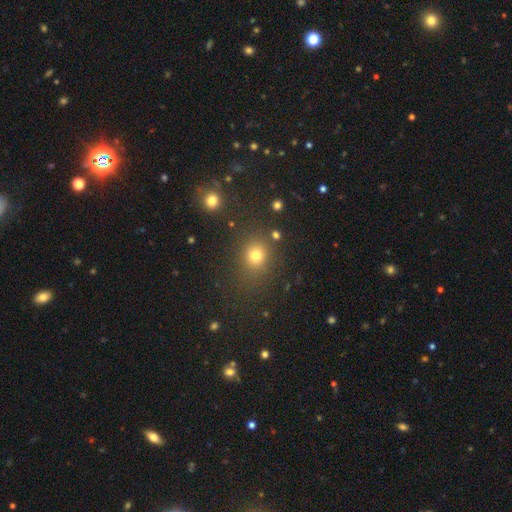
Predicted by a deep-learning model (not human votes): Smooth or featured? Predicted: smooth (p=0.76). How rounded? Predicted: round (p=0.81). Merging? Predicted: none (p=0.80).